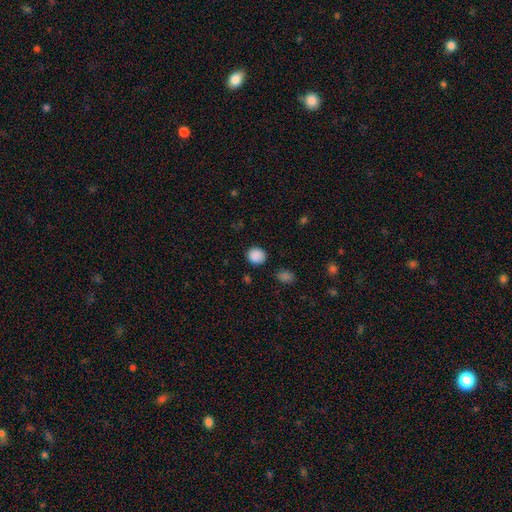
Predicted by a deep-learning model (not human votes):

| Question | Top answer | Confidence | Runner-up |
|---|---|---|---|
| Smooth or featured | smooth | 87% | star or artifact (10%) |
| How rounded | round | 80% | in between (19%) |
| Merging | none | 86% | minor disturbance (9%) |